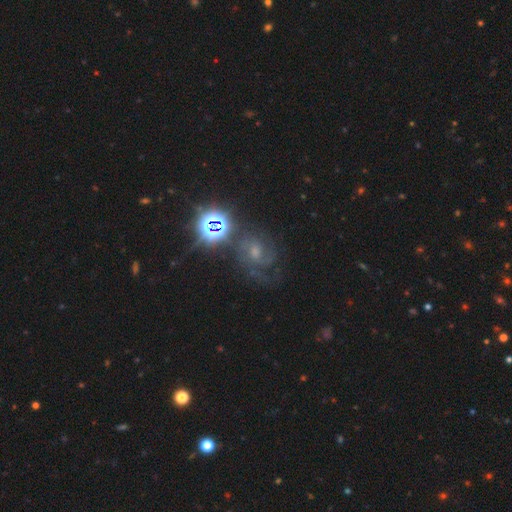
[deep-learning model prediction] Morphology: type=featured or disk (58%); edge-on=no (97%); bar=no (56%); spiral arms=yes (92%); winding=medium (46%); arm count=2 (34%); bulge=small (44%); merging=none (60%).